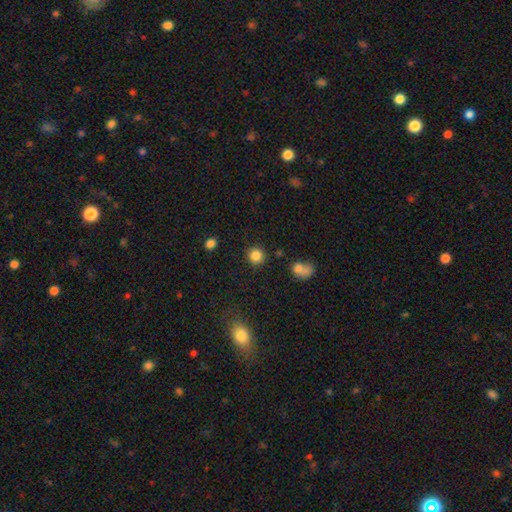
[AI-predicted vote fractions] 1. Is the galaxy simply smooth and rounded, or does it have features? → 85% smooth, 11% star or artifact, 4% featured or disk.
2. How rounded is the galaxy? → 92% round, 7% in between, 1% cigar-shaped.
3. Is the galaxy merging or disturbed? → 88% none, 7% minor disturbance, 3% merger, 3% major disturbance.